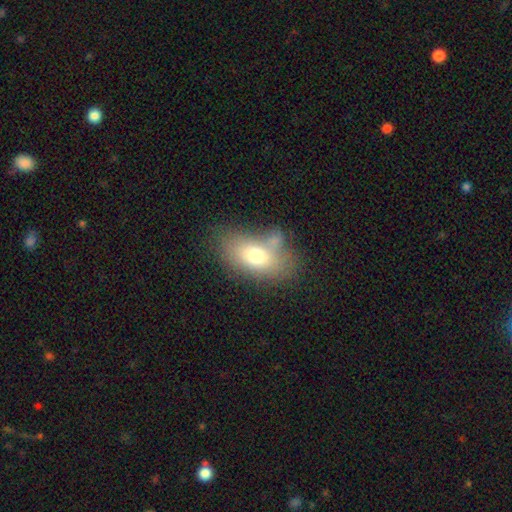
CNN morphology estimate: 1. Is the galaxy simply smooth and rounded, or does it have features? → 72% smooth, 19% featured or disk, 9% star or artifact.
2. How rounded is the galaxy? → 89% in between, 8% round, 3% cigar-shaped.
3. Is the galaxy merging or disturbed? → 54% none, 20% minor disturbance, 18% merger, 9% major disturbance.